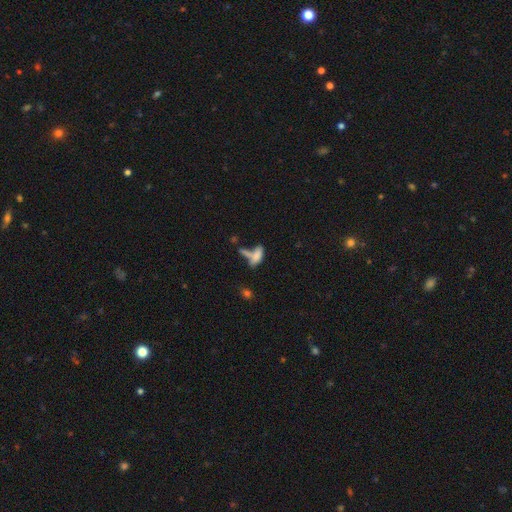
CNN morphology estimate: type=smooth (67%); roundness=in between (67%); merging=merger (46%).